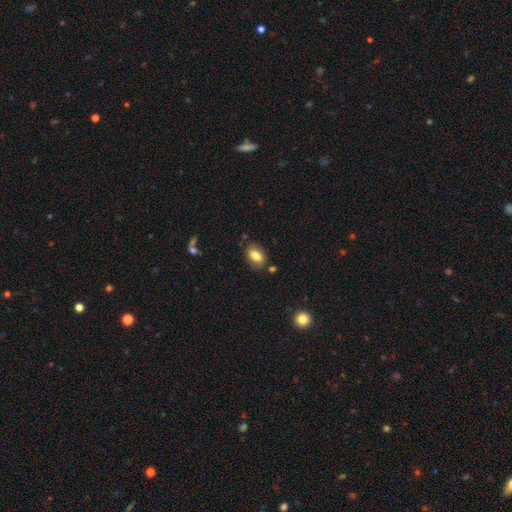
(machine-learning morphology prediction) smooth-or-featured: smooth: 81% | featured or disk: 11% | star or artifact: 8%
  how-rounded: in between: 87% | round: 11% | cigar-shaped: 2%
  merging: none: 80% | minor disturbance: 13% | merger: 4% | major disturbance: 3%